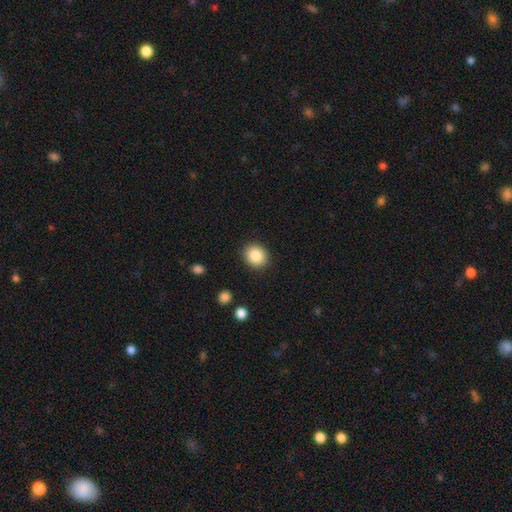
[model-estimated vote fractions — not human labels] This appears to be a smooth galaxy with no disk features (87%) that is round (71%). Merging: none (89%).